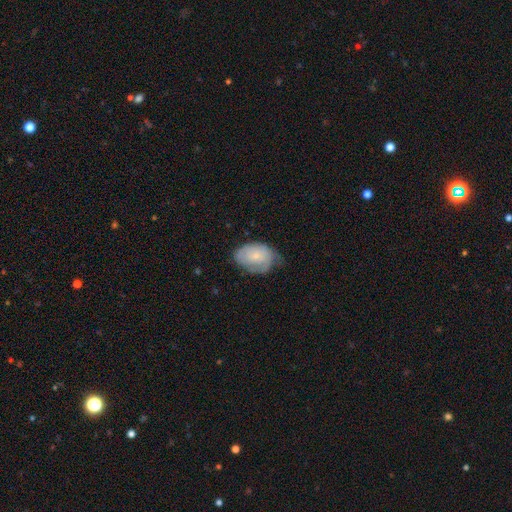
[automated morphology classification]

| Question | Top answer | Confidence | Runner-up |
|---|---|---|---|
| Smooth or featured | smooth | 53% | featured or disk (40%) |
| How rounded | in between | 82% | round (16%) |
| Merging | none | 47% | minor disturbance (38%) |